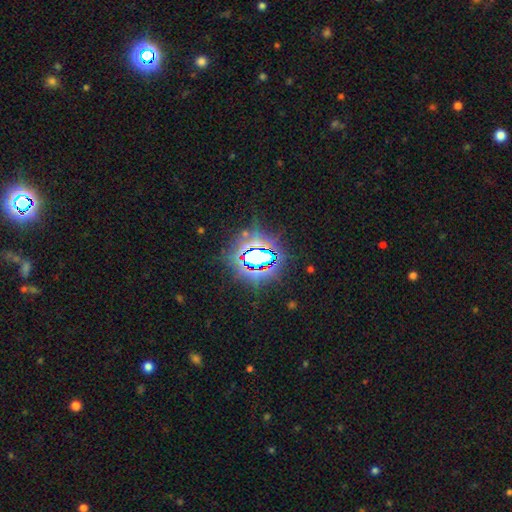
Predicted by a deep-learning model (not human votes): Q: Smooth or featured?
A: star or artifact (71%); runner-up: smooth (16%)